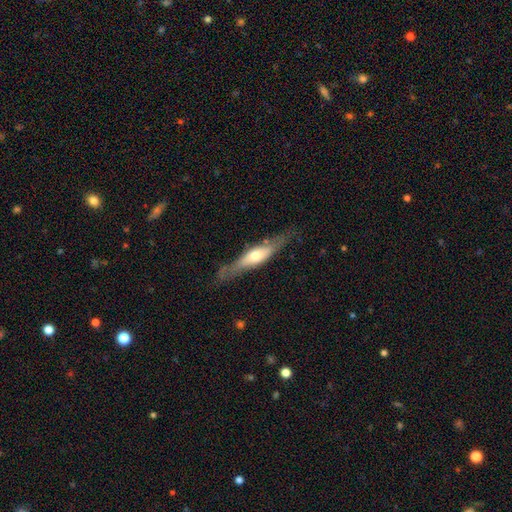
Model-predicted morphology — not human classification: Q: Smooth or featured?
A: featured or disk (57%); runner-up: smooth (37%)
Q: Edge-on disk?
A: yes (80%); runner-up: no (20%)
Q: Merging?
A: none (72%); runner-up: minor disturbance (19%)